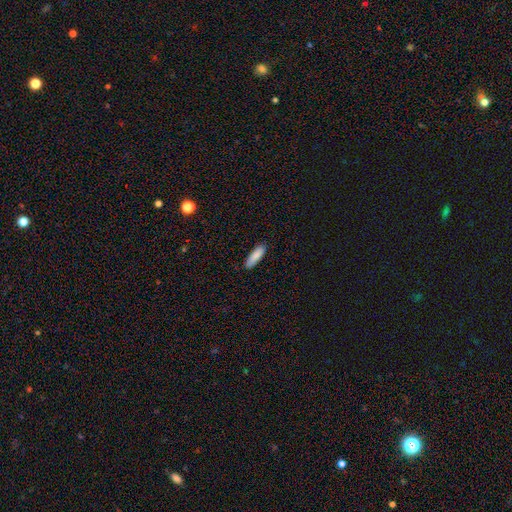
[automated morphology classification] Smooth or featured?
  - smooth: 87% *
  - featured or disk: 7%
  - star or artifact: 6%
How rounded?
  - cigar-shaped: 58% *
  - in between: 40%
  - round: 2%
Merging?
  - none: 86% *
  - minor disturbance: 11%
  - major disturbance: 2%
  - merger: 1%